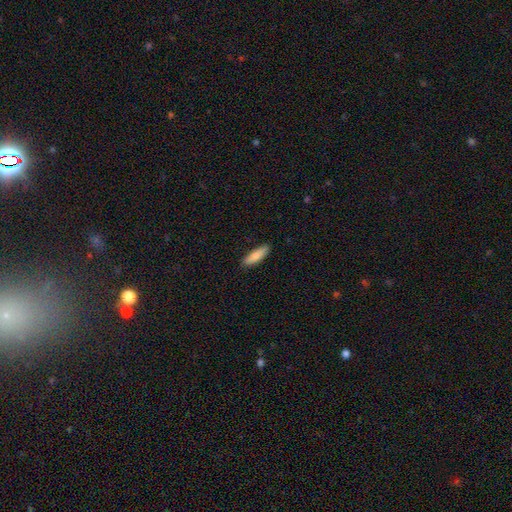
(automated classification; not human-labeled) A smooth galaxy with no disk features (85%) that is cigar-shaped (58%). Merging: none (88%).